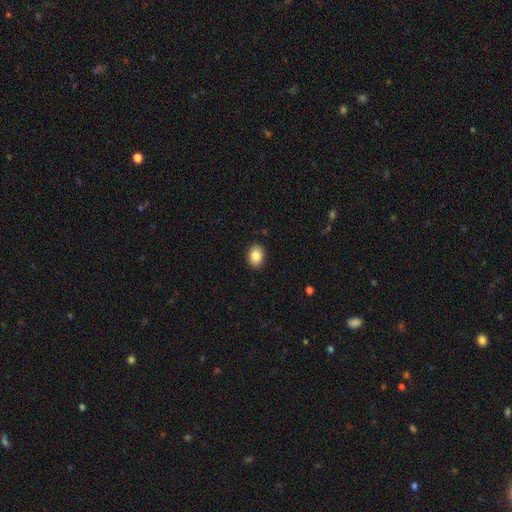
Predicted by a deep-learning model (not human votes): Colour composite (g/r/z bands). It shows a smooth galaxy with no disk features (86%) that is in between round and cigar-shaped (65%). Merging: none (89%).